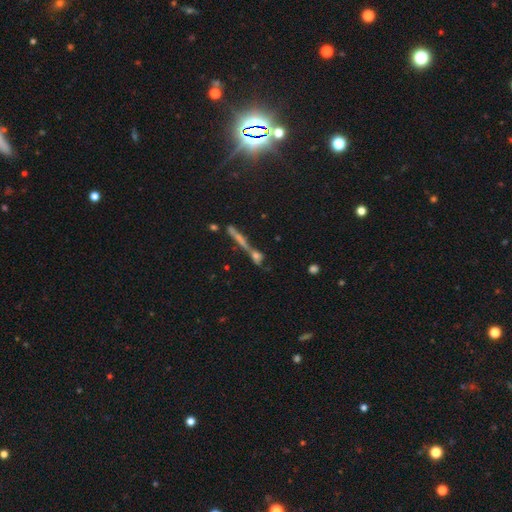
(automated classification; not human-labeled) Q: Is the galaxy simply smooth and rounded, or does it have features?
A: star or artifact — 46%.